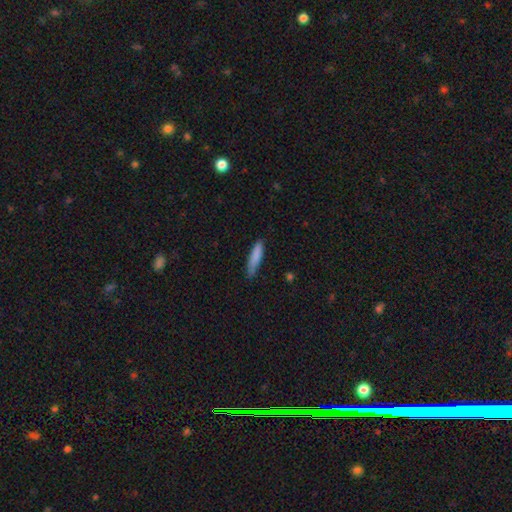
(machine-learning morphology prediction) A smooth galaxy with no disk features (84%) that is cigar-shaped (83%). Merging: none (76%).